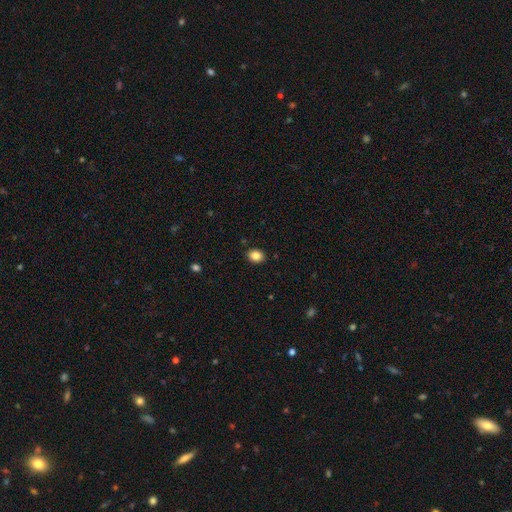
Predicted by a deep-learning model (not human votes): This is clearly a smooth galaxy (85%). How rounded: possibly in between (54%). Merging: clearly none (89%).